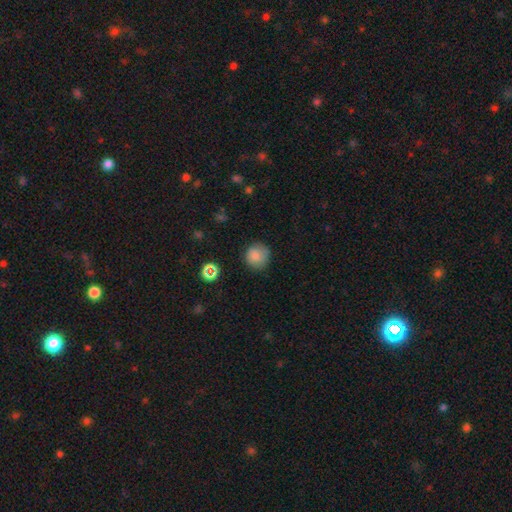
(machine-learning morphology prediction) The model was most divided on "merging": none: 76%, minor disturbance: 17%, major disturbance: 5%, merger: 2%. More confident: how rounded — round (89%); smooth or featured — smooth (82%).